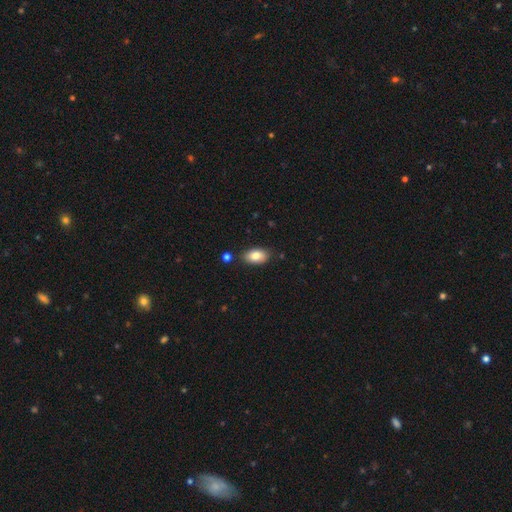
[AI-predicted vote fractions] The model was most divided on "merging": none: 84%, minor disturbance: 11%, merger: 3%, major disturbance: 2%. More confident: how rounded — in between (93%); smooth or featured — smooth (84%).